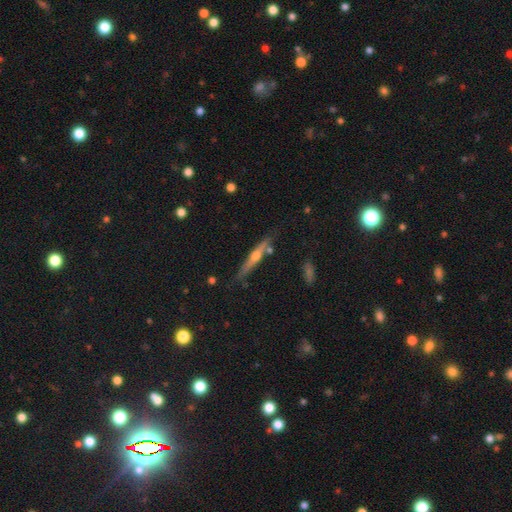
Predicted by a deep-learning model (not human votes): Smooth or featured? featured or disk (64%)
Edge-on disk? yes (96%)
Edge-on bulge? rounded (89%)
Merging? none (79%)